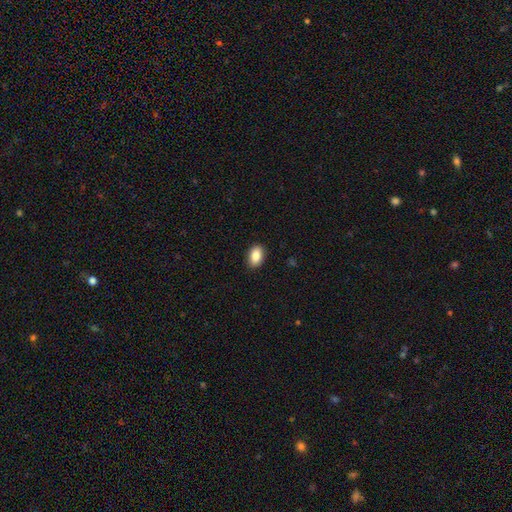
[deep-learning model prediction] smooth-or-featured: smooth: 87% | star or artifact: 7% | featured or disk: 6%
  how-rounded: in between: 89% | round: 10% | cigar-shaped: 2%
  merging: none: 90% | minor disturbance: 7% | major disturbance: 2% | merger: 1%